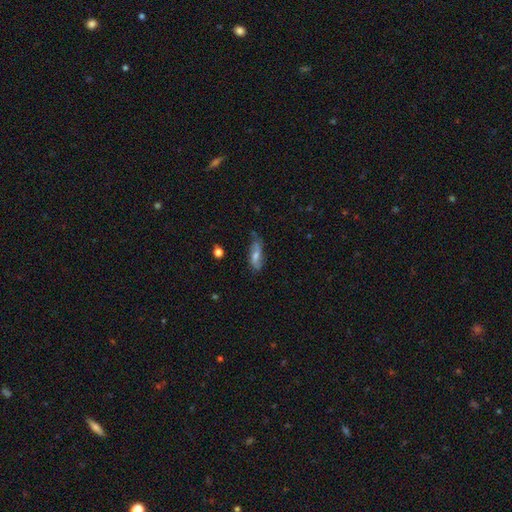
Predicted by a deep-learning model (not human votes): The model was most divided on "smooth or featured": featured or disk: 53%, smooth: 37%, star or artifact: 10%. More confident: edge-on disk — no (75%); merging — none (67%).